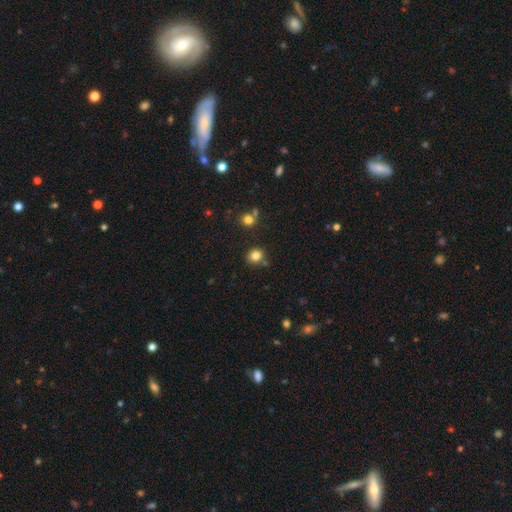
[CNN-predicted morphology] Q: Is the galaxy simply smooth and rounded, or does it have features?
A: smooth — 81%.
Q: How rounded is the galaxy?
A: round — 82%.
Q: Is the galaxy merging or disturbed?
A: none — 80%.